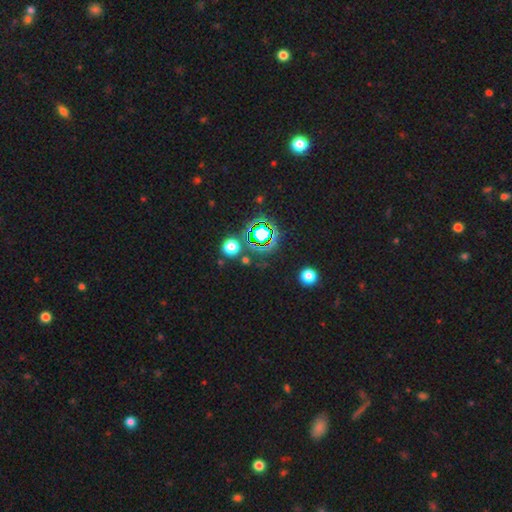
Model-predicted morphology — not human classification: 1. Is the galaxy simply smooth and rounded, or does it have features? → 67% star or artifact, 24% smooth, 9% featured or disk.